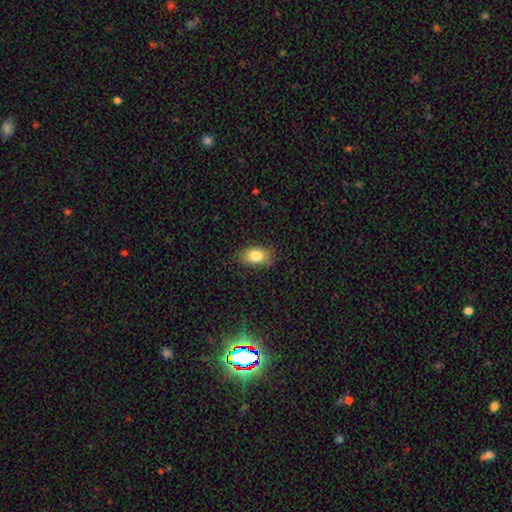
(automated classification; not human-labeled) smooth_or_featured: smooth (p=0.82) [alt: featured or disk p=0.10]
how_rounded: in between (p=0.87) [alt: round p=0.12]
merging: none (p=0.81) [alt: minor disturbance p=0.15]